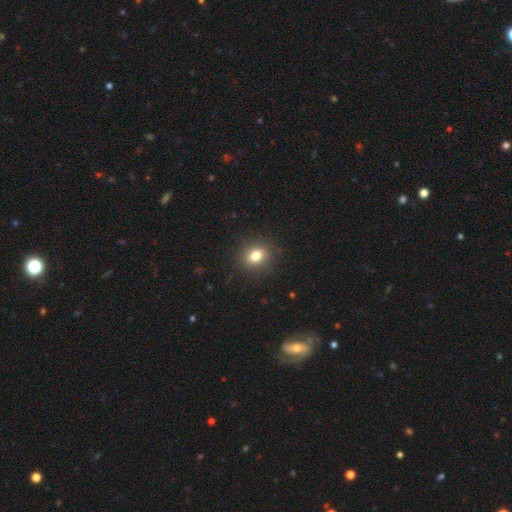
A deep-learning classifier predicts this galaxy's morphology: Overall: smooth (80%). How rounded: round (66%; in between 32%). Merging: none (89%).